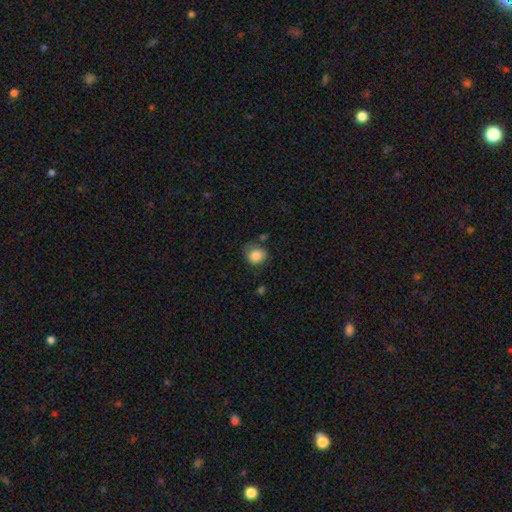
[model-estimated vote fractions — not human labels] smooth-or-featured: smooth: 85% | star or artifact: 9% | featured or disk: 6%
  how-rounded: round: 71% | in between: 28% | cigar-shaped: 1%
  merging: none: 62% | minor disturbance: 26% | major disturbance: 8% | merger: 4%